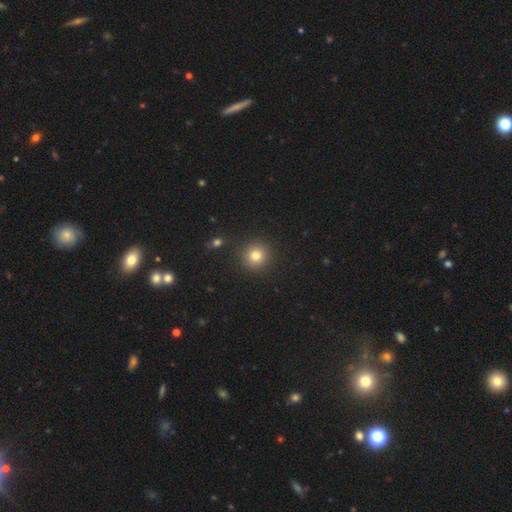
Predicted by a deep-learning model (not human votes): Smooth or featured?
  - smooth: 79% *
  - star or artifact: 14%
  - featured or disk: 7%
How rounded?
  - round: 94% *
  - in between: 5%
  - cigar-shaped: 1%
Merging?
  - none: 89% *
  - minor disturbance: 6%
  - merger: 2%
  - major disturbance: 2%